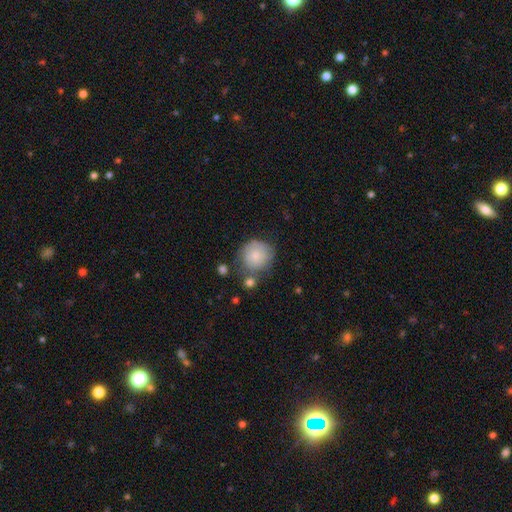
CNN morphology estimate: A smooth galaxy with no disk features (61%) that is round (86%). Merging: none (59%).